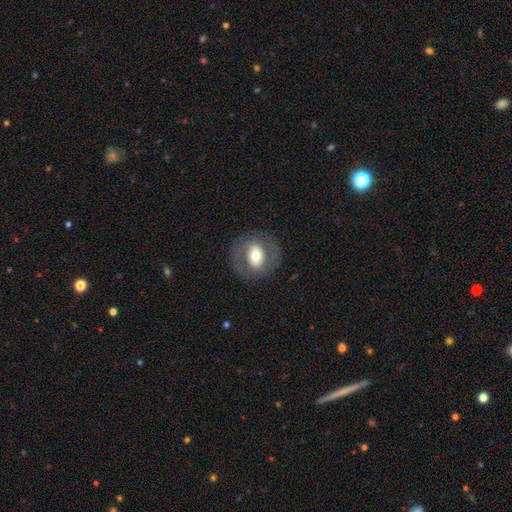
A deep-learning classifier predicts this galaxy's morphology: type=smooth (47%); merging=none (80%).